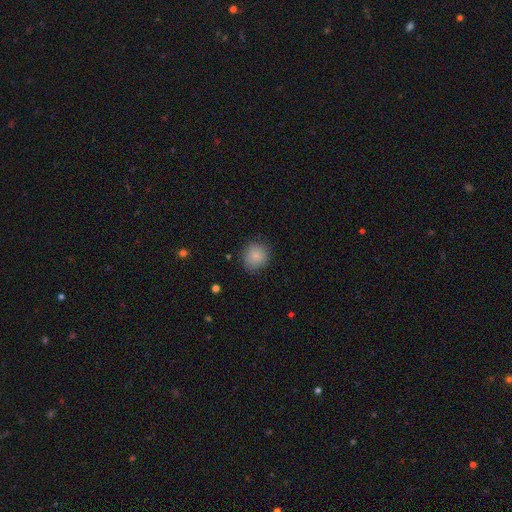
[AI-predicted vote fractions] Q: Smooth or featured?
A: smooth (85%); runner-up: star or artifact (9%)
Q: How rounded?
A: round (89%); runner-up: in between (10%)
Q: Merging?
A: none (83%); runner-up: minor disturbance (13%)